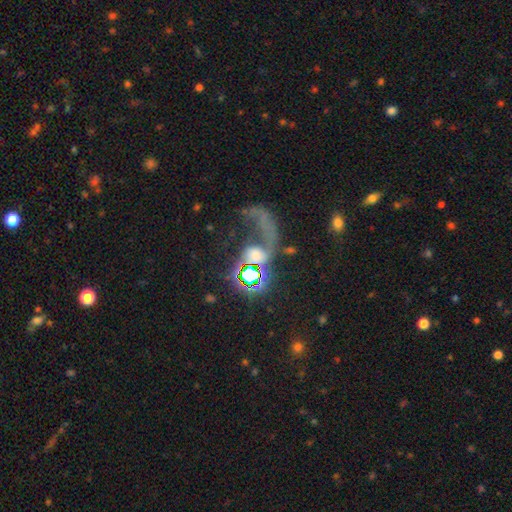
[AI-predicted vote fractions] This appears to be a star or artifact, not a galaxy (42%).